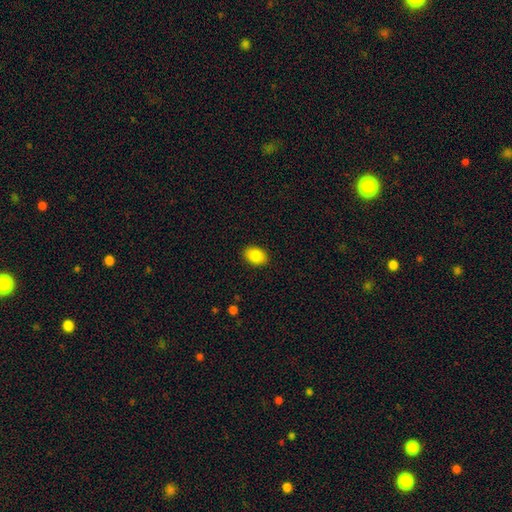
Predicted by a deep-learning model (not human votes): Overall: smooth (86%). How rounded: in between (81%). Merging: none (89%).